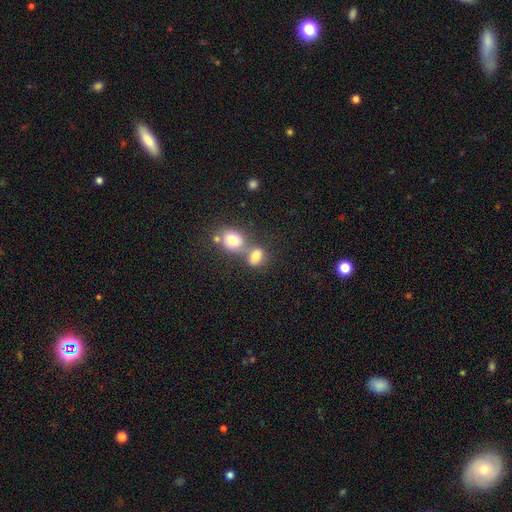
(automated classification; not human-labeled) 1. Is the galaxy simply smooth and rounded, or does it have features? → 77% smooth, 12% star or artifact, 11% featured or disk.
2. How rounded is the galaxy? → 57% in between, 41% round, 2% cigar-shaped.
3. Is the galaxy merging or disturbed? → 45% merger, 40% none, 10% minor disturbance, 5% major disturbance.